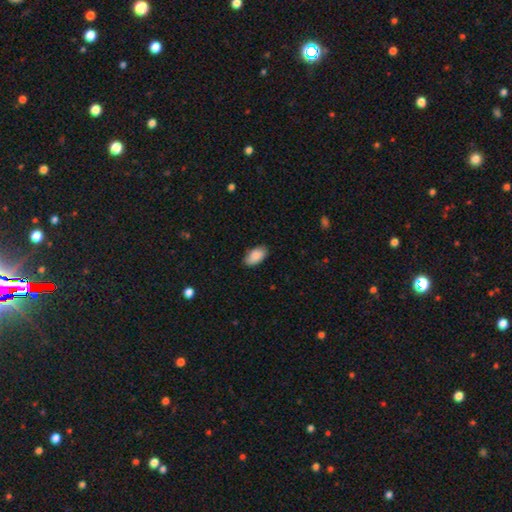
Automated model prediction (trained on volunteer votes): A smooth galaxy with no disk features (89%) that is in between round and cigar-shaped (95%). Merging: none (84%).